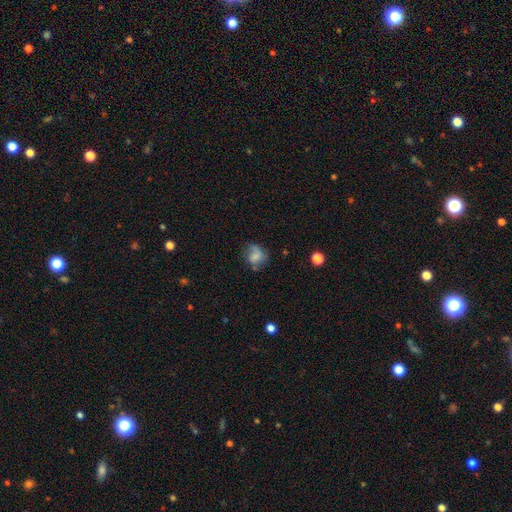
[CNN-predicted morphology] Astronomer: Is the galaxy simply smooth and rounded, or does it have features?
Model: smooth — 65%.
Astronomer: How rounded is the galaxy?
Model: round — 55% (runner-up: in between, 44%).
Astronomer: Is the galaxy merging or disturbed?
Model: none — 46% (runner-up: minor disturbance, 29%).